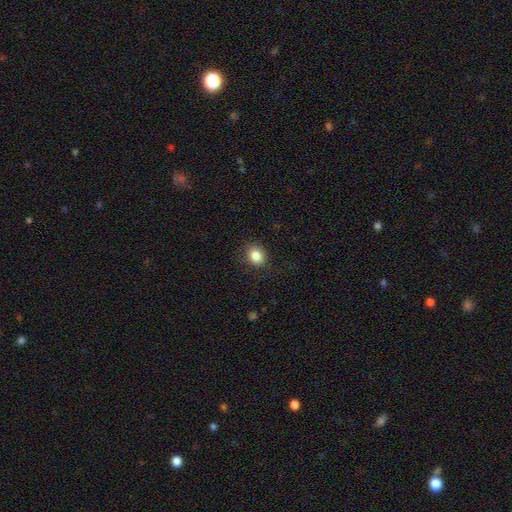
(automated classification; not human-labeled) This appears to be a smooth galaxy with no disk features (85%) that is round (52%). Merging: none (86%).